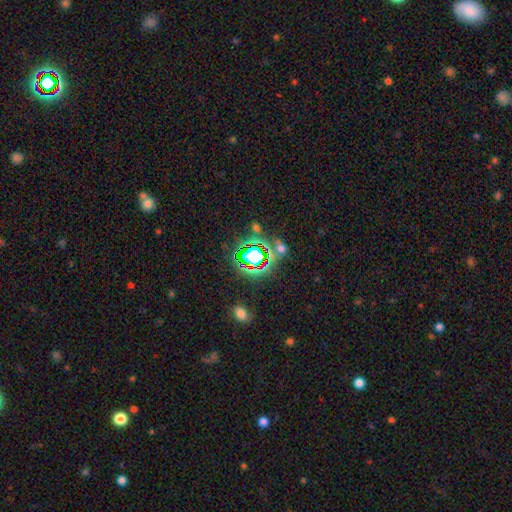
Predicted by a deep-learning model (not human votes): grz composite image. It shows a star or artifact, not a galaxy (65%).